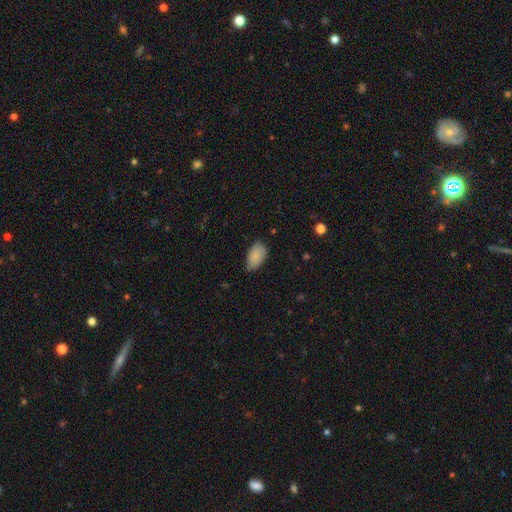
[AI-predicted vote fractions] Q: Smooth or featured?
A: smooth (85%); runner-up: featured or disk (9%)
Q: How rounded?
A: in between (93%); runner-up: round (5%)
Q: Merging?
A: none (59%); runner-up: minor disturbance (34%)